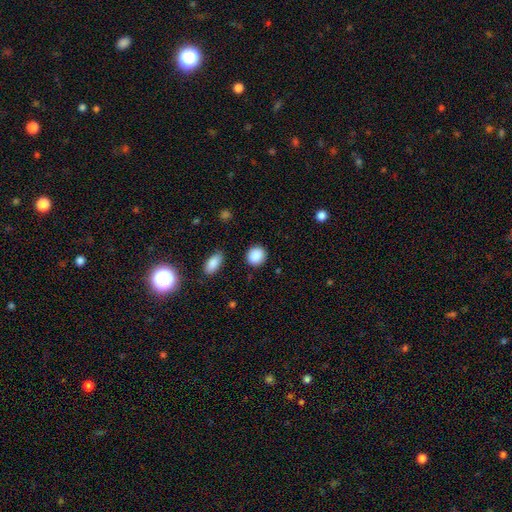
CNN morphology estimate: Smooth or featured? smooth (89%)
How rounded? round (81%)
Merging? none (88%)